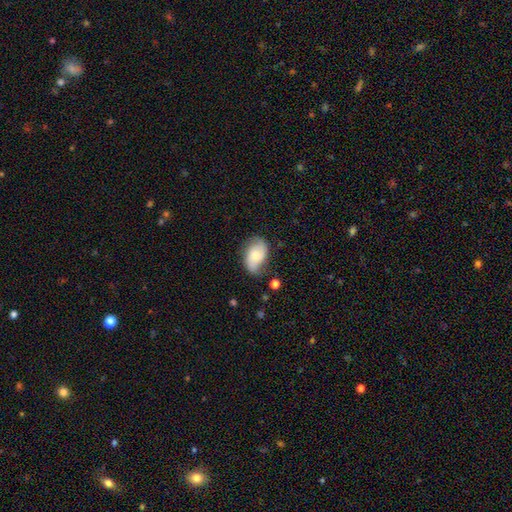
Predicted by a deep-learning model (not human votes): Smooth or featured?
  - featured or disk: 48% *
  - smooth: 45%
  - star or artifact: 7%
Merging?
  - none: 64% *
  - minor disturbance: 26%
  - major disturbance: 8%
  - merger: 2%